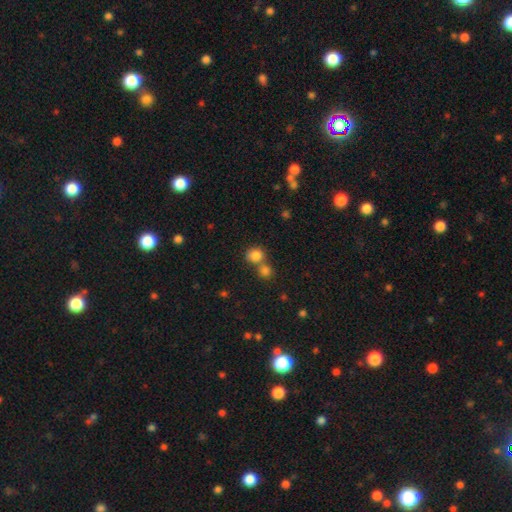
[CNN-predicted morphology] type=smooth (83%); roundness=round (76%); merging=none (51%).